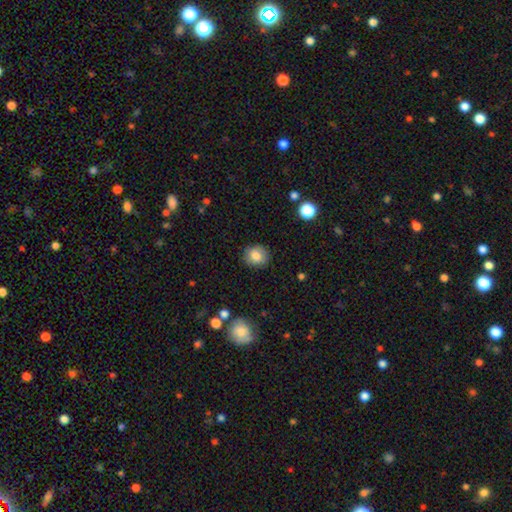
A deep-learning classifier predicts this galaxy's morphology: Overall: smooth (83%). How rounded: round (75%). Merging: none (84%).